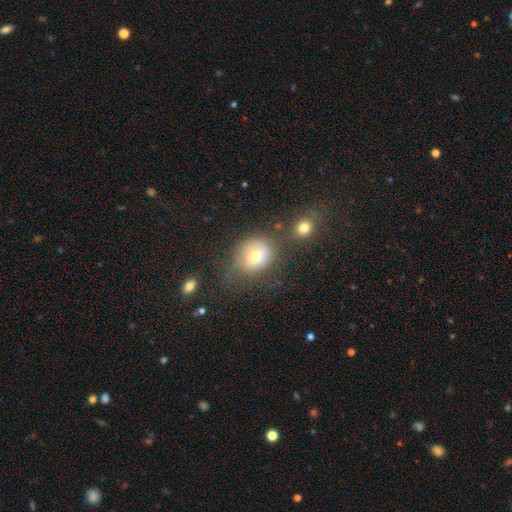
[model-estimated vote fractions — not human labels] Smooth or featured? smooth (65%)
How rounded? round (67%)
Merging? none (45%)